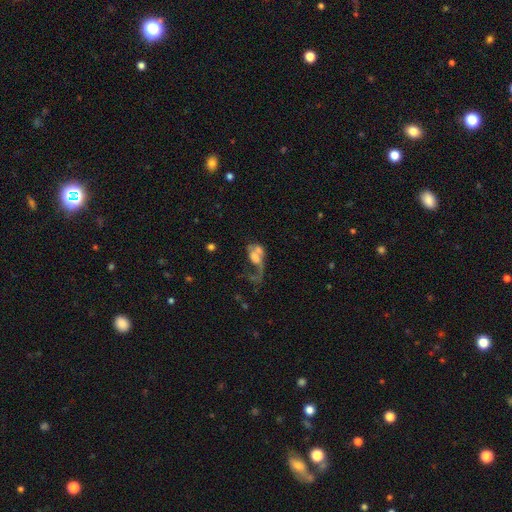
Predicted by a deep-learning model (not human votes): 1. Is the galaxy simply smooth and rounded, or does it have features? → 53% featured or disk, 36% smooth, 11% star or artifact.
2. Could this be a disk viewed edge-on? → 95% no, 5% yes.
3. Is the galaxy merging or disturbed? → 43% merger, 33% major disturbance, 15% none, 9% minor disturbance.